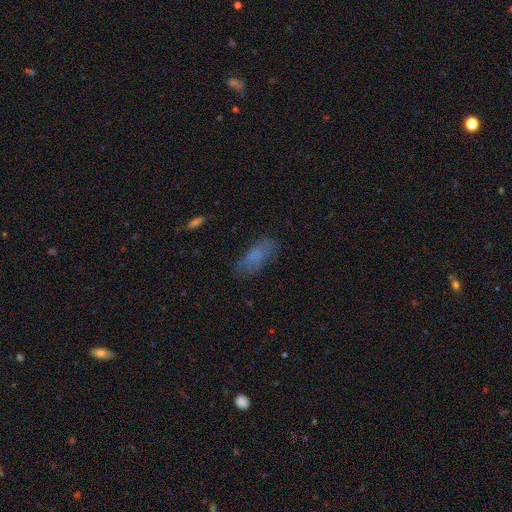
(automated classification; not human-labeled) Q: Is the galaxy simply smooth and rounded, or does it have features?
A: smooth — 71%.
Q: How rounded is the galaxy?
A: in between — 80%.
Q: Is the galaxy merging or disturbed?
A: none — 72%.